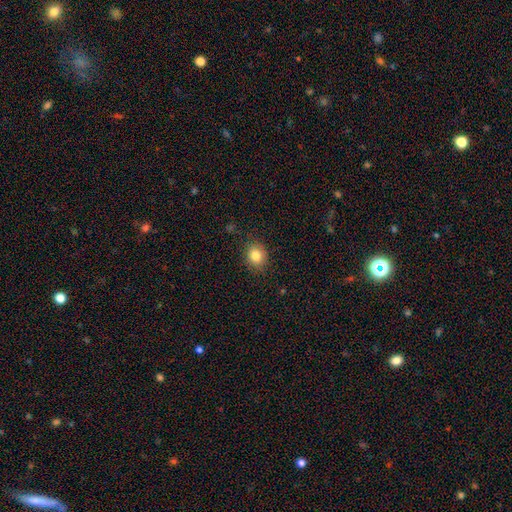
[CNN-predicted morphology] smooth 83%, star or artifact 10%, featured or disk 7%. Down the decision tree: how rounded — round (69%); merging — none (86%).